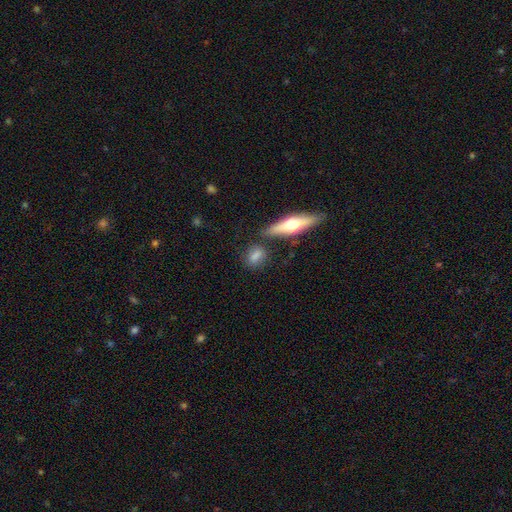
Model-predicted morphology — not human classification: Q: Smooth or featured?
A: smooth (73%); runner-up: featured or disk (18%)
Q: How rounded?
A: in between (59%); runner-up: round (21%)
Q: Merging?
A: none (70%); runner-up: minor disturbance (15%)